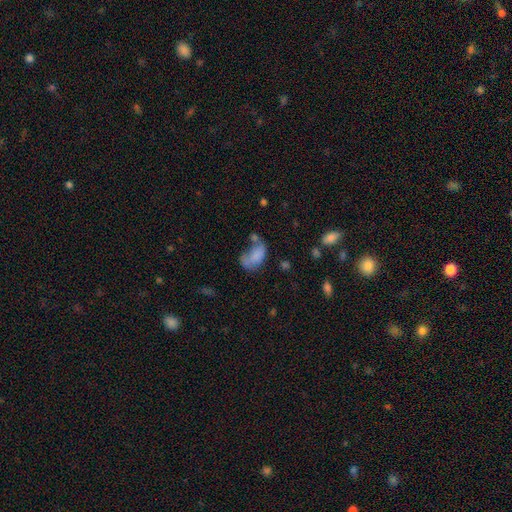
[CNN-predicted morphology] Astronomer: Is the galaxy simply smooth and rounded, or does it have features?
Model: smooth — 68%.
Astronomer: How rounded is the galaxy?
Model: in between — 89%.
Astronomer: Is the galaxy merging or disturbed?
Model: major disturbance — 33% (runner-up: none, 23%).